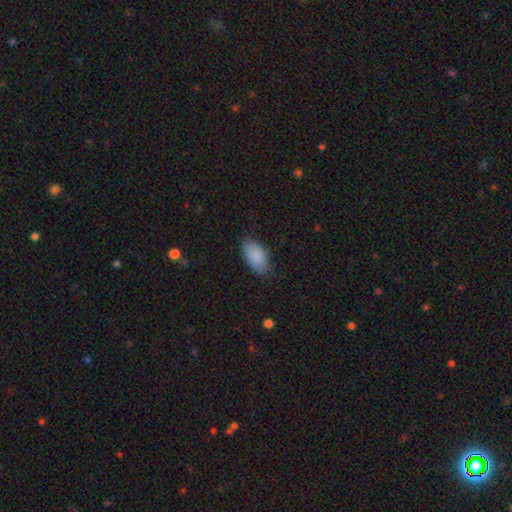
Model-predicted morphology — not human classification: Overall: smooth (88%). How rounded: in between (93%). Merging: none (80%).